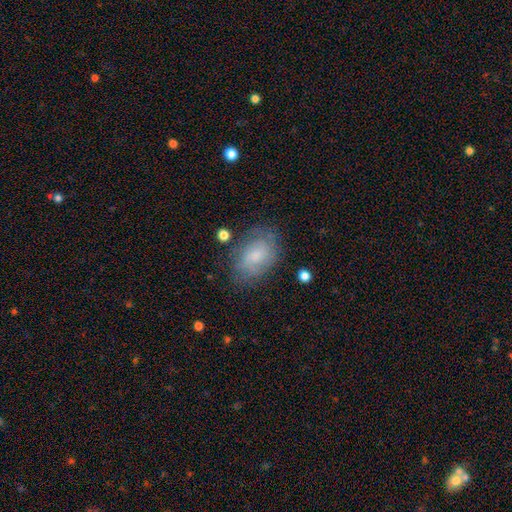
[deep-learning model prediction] Smooth or featured: smooth — 49% (featured or disk — 42%)
Merging: none — 70% (minor disturbance — 20%)